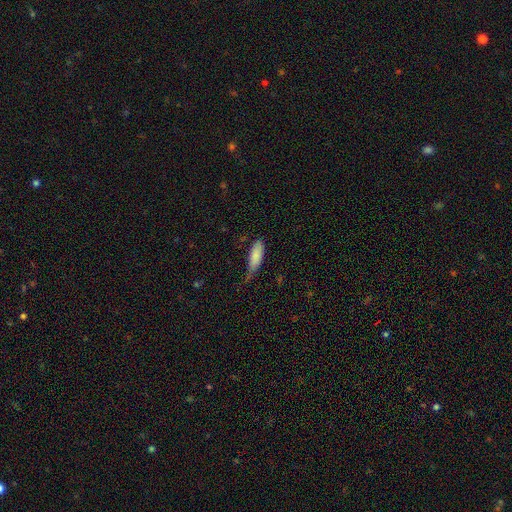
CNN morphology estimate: Smooth or featured: smooth — 83% (featured or disk — 11%)
How rounded: in between — 59% (cigar-shaped — 39%)
Merging: minor disturbance — 46% (none — 37%)